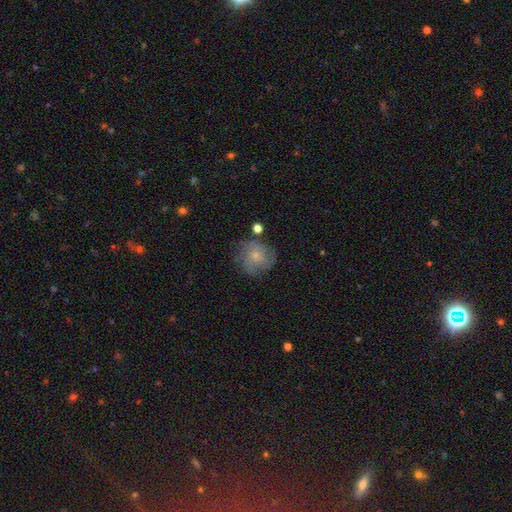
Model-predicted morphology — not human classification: A smooth galaxy with no disk features (49%).

Vote fractions:
- Smooth or featured? smooth: 49% / featured or disk: 42% / star or artifact: 9%
- Merging? none: 66% / minor disturbance: 21% / major disturbance: 10% / merger: 4%